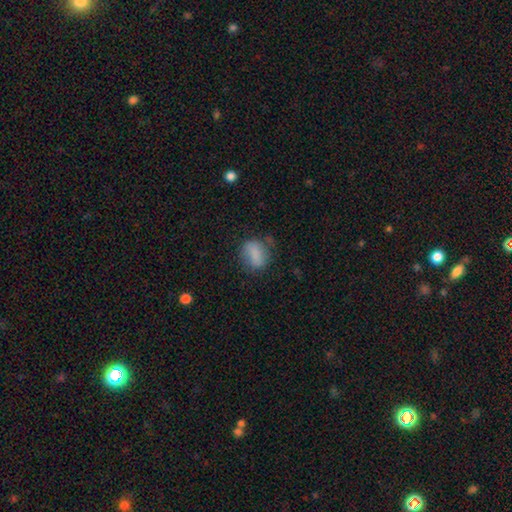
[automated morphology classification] type=smooth (77%); roundness=in between (57%); merging=none (65%).